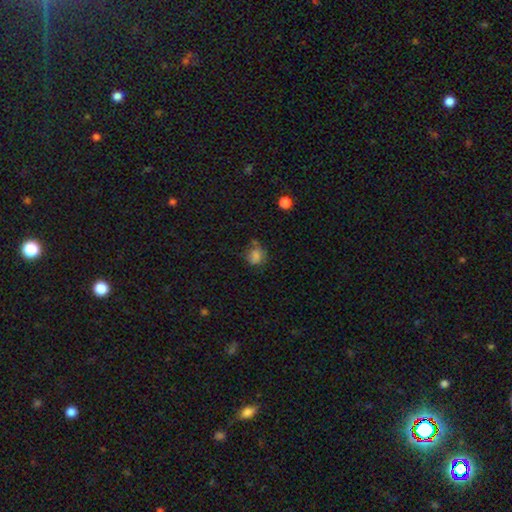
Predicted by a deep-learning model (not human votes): smooth_or_featured: smooth (p=0.77) [alt: featured or disk p=0.12]
how_rounded: round (p=0.72) [alt: in between p=0.27]
merging: none (p=0.57) [alt: minor disturbance p=0.25]